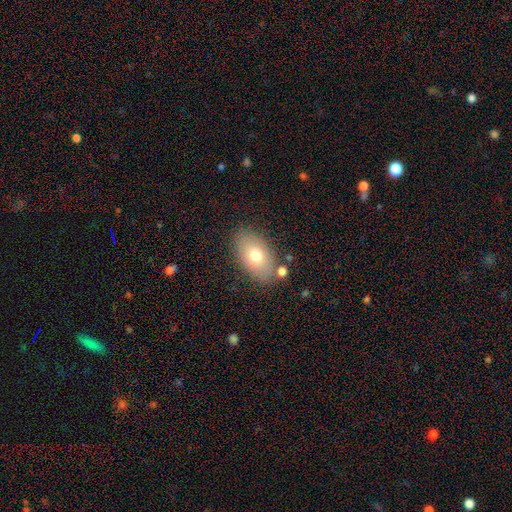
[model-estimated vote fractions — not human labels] Smooth or featured? smooth (72%)
How rounded? in between (91%)
Merging? none (80%)